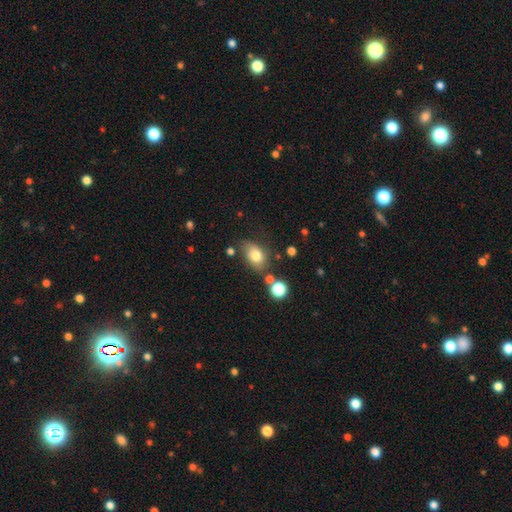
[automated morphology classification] smooth_or_featured: smooth (p=0.77) [alt: featured or disk p=0.13]
how_rounded: in between (p=0.80) [alt: round p=0.18]
merging: none (p=0.67) [alt: minor disturbance p=0.19]